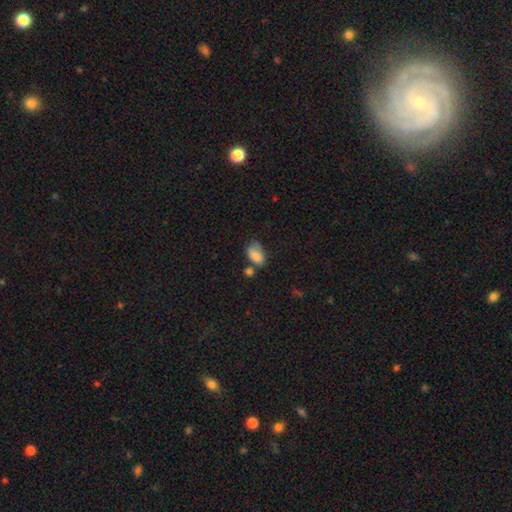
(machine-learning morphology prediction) smooth_or_featured: smooth (p=0.81) [alt: featured or disk p=0.10]
how_rounded: in between (p=0.89) [alt: round p=0.09]
merging: none (p=0.40) [alt: minor disturbance p=0.29]